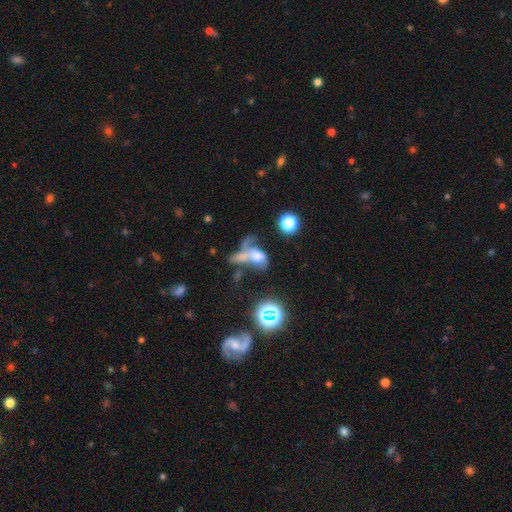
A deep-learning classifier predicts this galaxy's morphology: smooth-or-featured: smooth: 44% | featured or disk: 37% | star or artifact: 20%
  merging: merger: 54% | major disturbance: 24% | none: 13% | minor disturbance: 8%